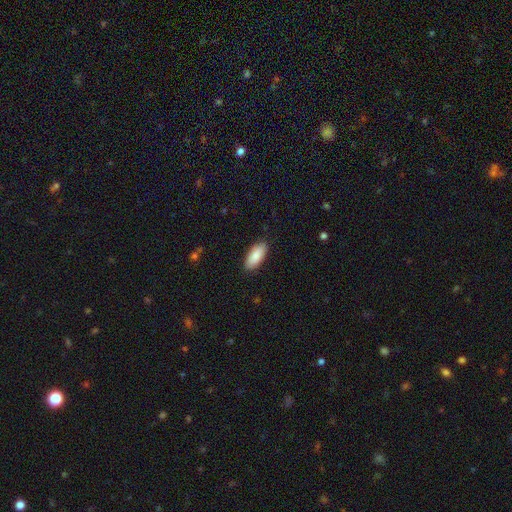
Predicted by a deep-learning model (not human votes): Smooth or featured?
  - smooth: 87% *
  - featured or disk: 7%
  - star or artifact: 6%
How rounded?
  - in between: 87% *
  - cigar-shaped: 11%
  - round: 2%
Merging?
  - none: 88% *
  - minor disturbance: 9%
  - major disturbance: 2%
  - merger: 1%